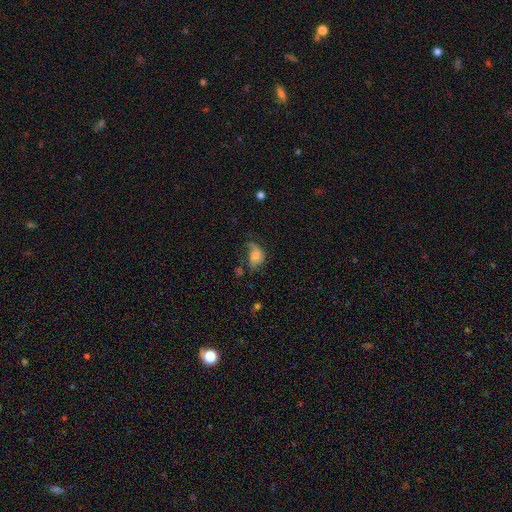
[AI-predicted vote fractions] A smooth galaxy with no disk features (55%) that is in between round and cigar-shaped (73%). Merging: major disturbance (35%).